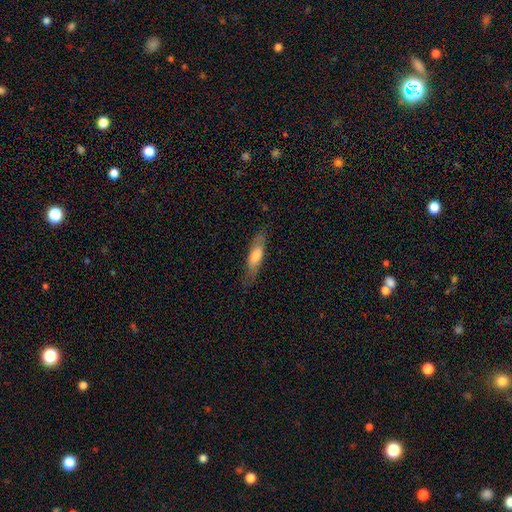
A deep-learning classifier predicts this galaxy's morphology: Smooth or featured: smooth — 63% (featured or disk — 31%)
How rounded: cigar-shaped — 58% (in between — 40%)
Merging: none — 76% (minor disturbance — 17%)